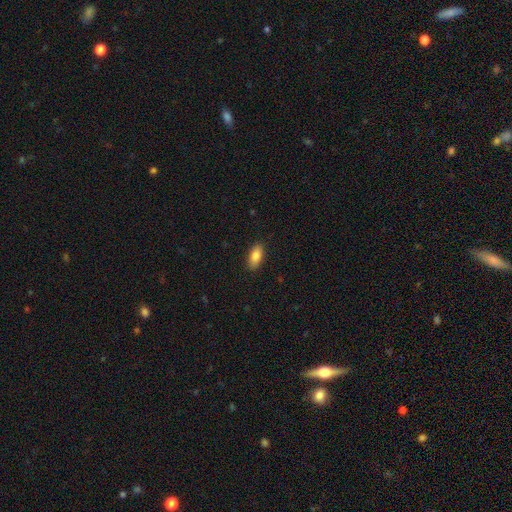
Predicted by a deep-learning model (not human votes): Morphology: type=smooth (86%); roundness=in between (88%); merging=none (88%).